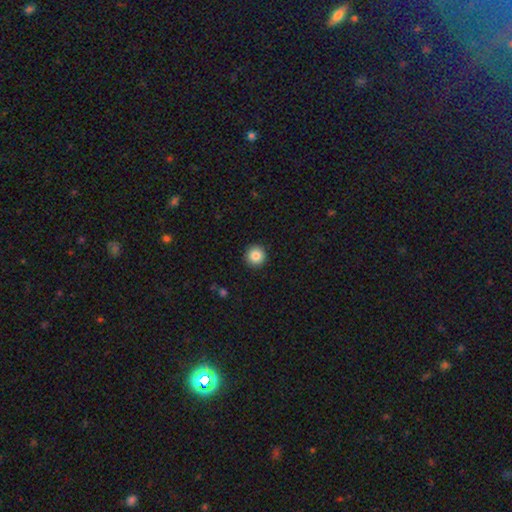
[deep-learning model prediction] A smooth galaxy with no disk features (85%) that is round (96%).

Vote fractions:
- Smooth or featured? smooth: 85% / star or artifact: 9% / featured or disk: 5%
- How rounded? round: 96% / in between: 3% / cigar-shaped: 1%
- Merging? none: 93% / minor disturbance: 5% / major disturbance: 2% / merger: 1%